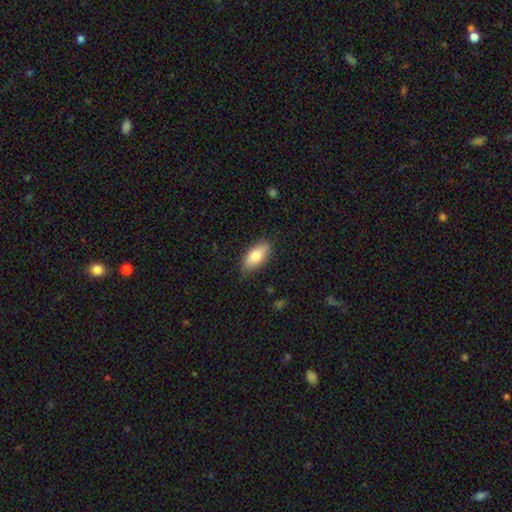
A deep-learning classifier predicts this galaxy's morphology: smooth_or_featured: smooth (p=0.81) [alt: featured or disk p=0.13]
how_rounded: in between (p=0.87) [alt: cigar-shaped p=0.11]
merging: none (p=0.82) [alt: minor disturbance p=0.14]